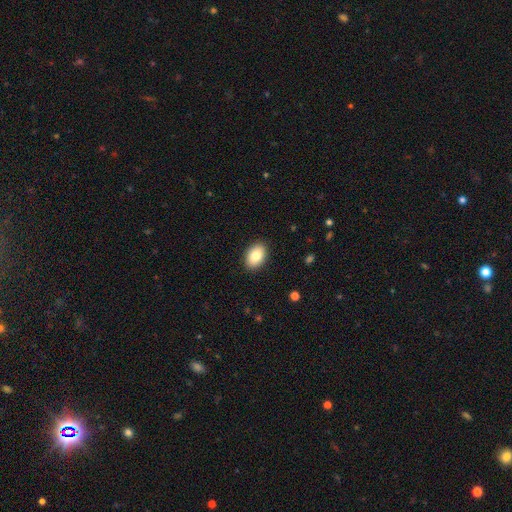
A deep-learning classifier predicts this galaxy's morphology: Smooth or featured? smooth (83%)
How rounded? in between (85%)
Merging? none (89%)